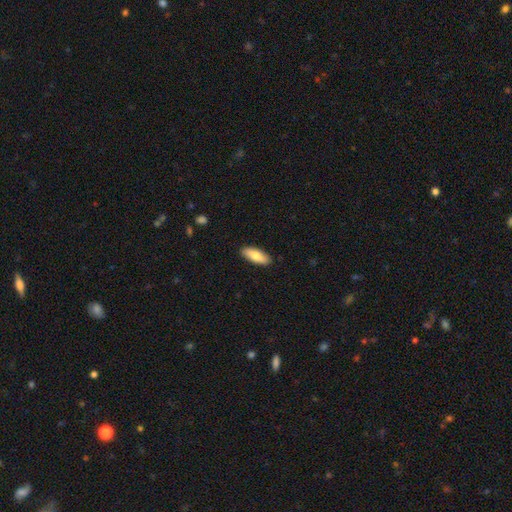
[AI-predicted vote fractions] Morphology: type=smooth (78%); roundness=in between (69%); merging=none (89%).